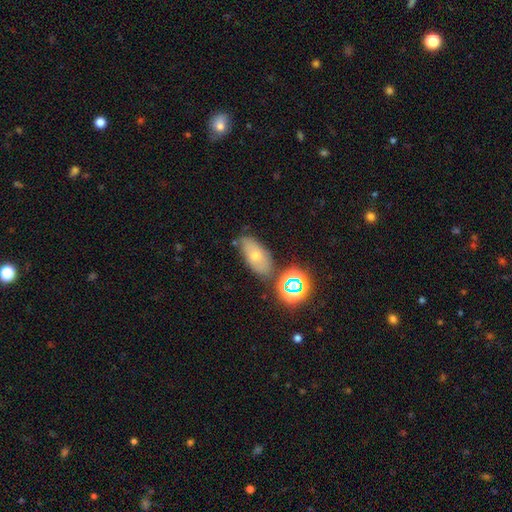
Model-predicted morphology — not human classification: Smooth or featured?
  - smooth: 58% *
  - featured or disk: 24%
  - star or artifact: 19%
How rounded?
  - in between: 86% *
  - round: 8%
  - cigar-shaped: 6%
Merging?
  - none: 62% *
  - minor disturbance: 23%
  - merger: 9%
  - major disturbance: 6%